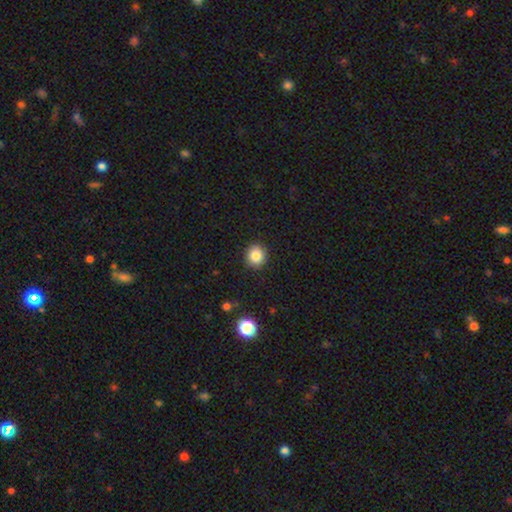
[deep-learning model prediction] Overall: smooth (84%). How rounded: round (89%). Merging: none (91%).